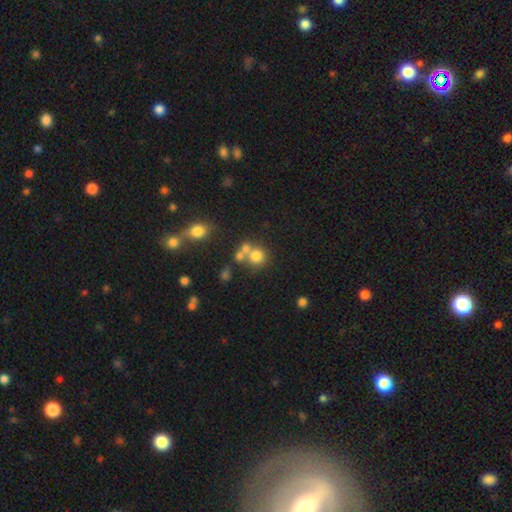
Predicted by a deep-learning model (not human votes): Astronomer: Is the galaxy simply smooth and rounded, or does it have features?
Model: smooth — 72%.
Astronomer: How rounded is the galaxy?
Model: round — 85%.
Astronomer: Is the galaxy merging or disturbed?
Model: none — 47% (runner-up: merger, 39%).